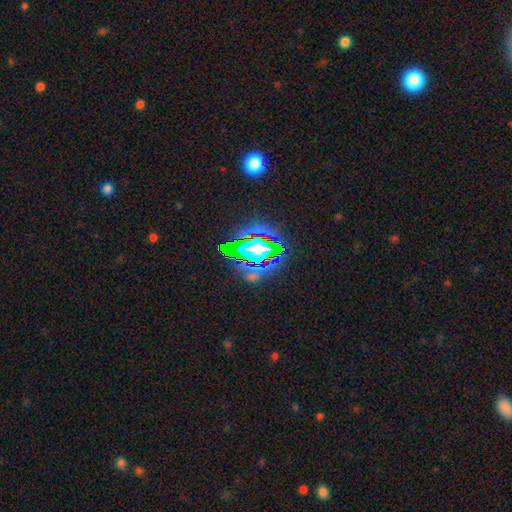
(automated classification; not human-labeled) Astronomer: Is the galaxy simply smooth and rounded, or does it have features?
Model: star or artifact — 79%.